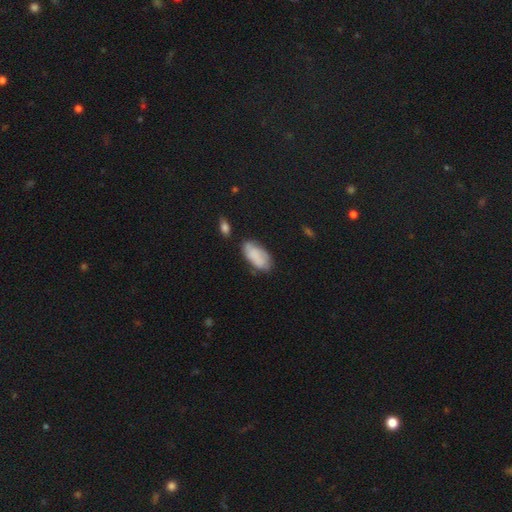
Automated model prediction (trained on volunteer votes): The model was most divided on "merging": none: 61%, minor disturbance: 26%, major disturbance: 7%, merger: 6%. More confident: how rounded — in between (92%); smooth or featured — smooth (76%).